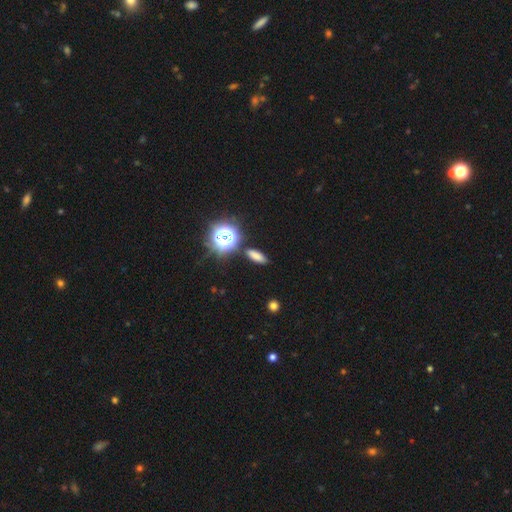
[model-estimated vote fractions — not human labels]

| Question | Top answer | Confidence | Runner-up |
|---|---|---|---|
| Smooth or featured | smooth | 70% | star or artifact (22%) |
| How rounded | in between | 56% | cigar-shaped (33%) |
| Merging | none | 85% | minor disturbance (9%) |